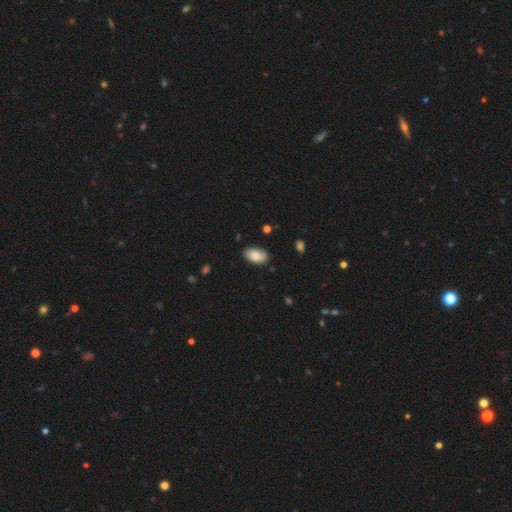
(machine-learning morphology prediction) Overall: smooth (81%). How rounded: in between (94%). Merging: none (76%).